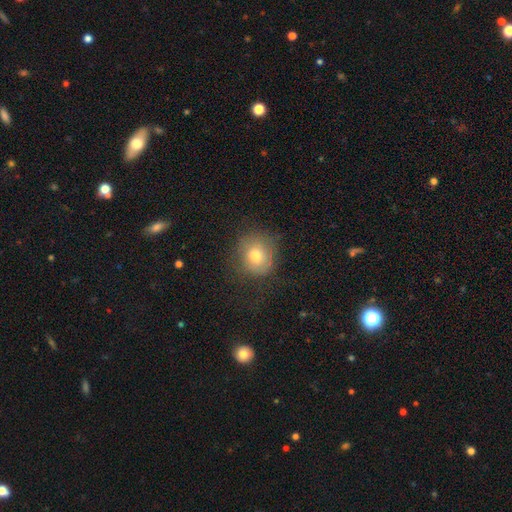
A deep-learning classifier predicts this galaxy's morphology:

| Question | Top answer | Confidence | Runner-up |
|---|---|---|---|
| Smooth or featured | smooth | 73% | featured or disk (16%) |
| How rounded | round | 84% | in between (15%) |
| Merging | none | 72% | minor disturbance (17%) |